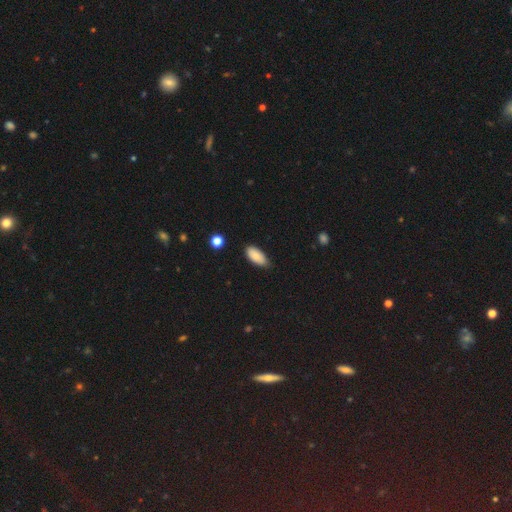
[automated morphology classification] Smooth or featured?
  - smooth: 85% *
  - featured or disk: 8%
  - star or artifact: 7%
How rounded?
  - in between: 91% *
  - cigar-shaped: 7%
  - round: 2%
Merging?
  - none: 74% *
  - minor disturbance: 22%
  - major disturbance: 3%
  - merger: 2%